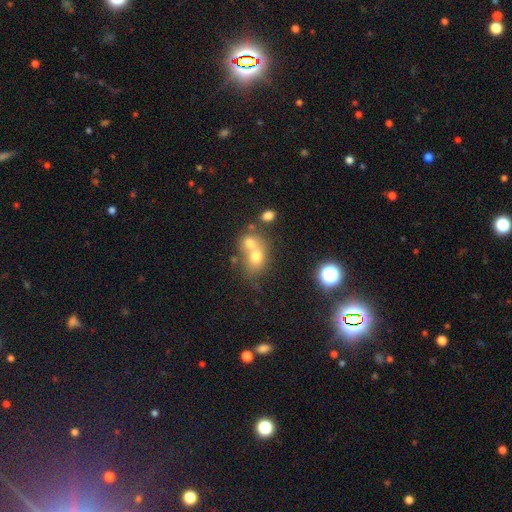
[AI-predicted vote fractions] smooth-or-featured: smooth: 68% | featured or disk: 20% | star or artifact: 13%
  how-rounded: round: 50% | in between: 48% | cigar-shaped: 1%
  merging: merger: 63% | none: 25% | minor disturbance: 7% | major disturbance: 4%